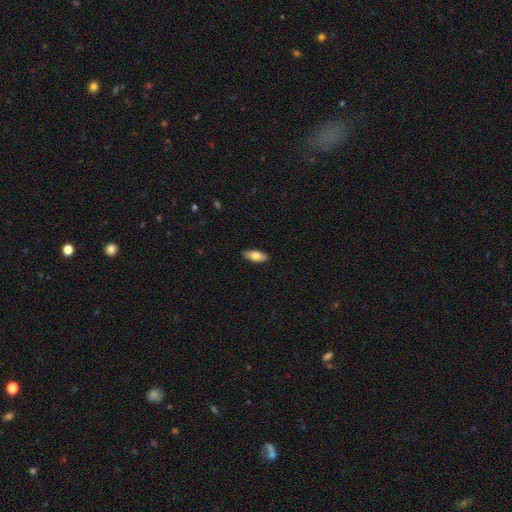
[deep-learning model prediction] Smooth or featured?
  - smooth: 78% *
  - featured or disk: 16%
  - star or artifact: 6%
How rounded?
  - in between: 84% *
  - cigar-shaped: 14%
  - round: 2%
Merging?
  - none: 88% *
  - minor disturbance: 9%
  - major disturbance: 2%
  - merger: 1%